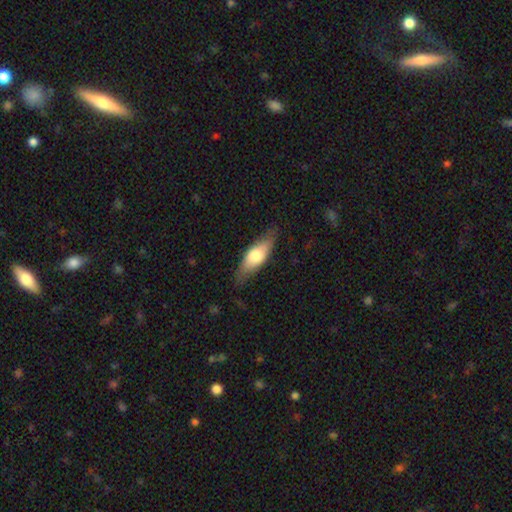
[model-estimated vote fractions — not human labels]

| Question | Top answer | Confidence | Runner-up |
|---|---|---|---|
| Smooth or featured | smooth | 61% | featured or disk (33%) |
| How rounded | in between | 66% | cigar-shaped (31%) |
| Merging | none | 73% | minor disturbance (20%) |